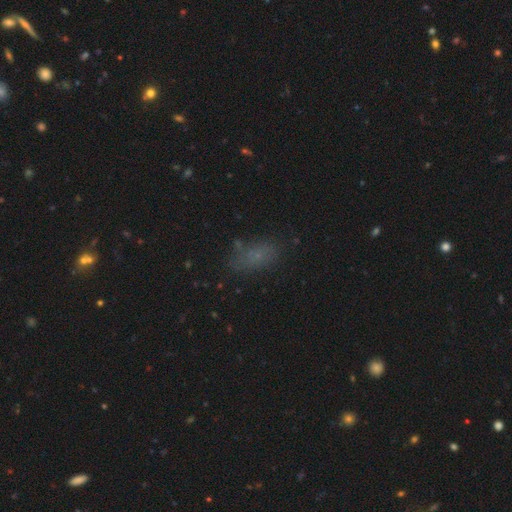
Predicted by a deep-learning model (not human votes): Smooth or featured? Predicted: smooth (p=0.66). How rounded? Predicted: in between (p=0.84). Merging? Predicted: none (p=0.69).